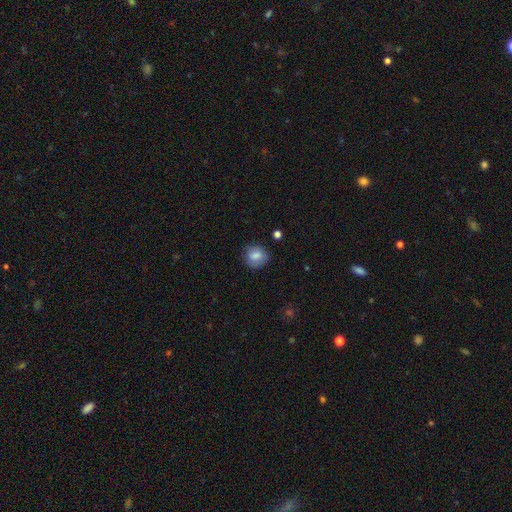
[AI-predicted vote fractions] Q: Smooth or featured?
A: smooth (79%); runner-up: featured or disk (12%)
Q: How rounded?
A: round (71%); runner-up: in between (28%)
Q: Merging?
A: none (75%); runner-up: minor disturbance (18%)